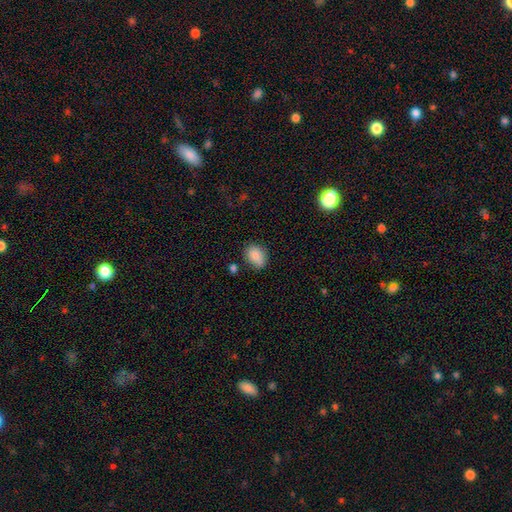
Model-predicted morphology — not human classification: Q: Smooth or featured?
A: smooth (87%); runner-up: star or artifact (8%)
Q: How rounded?
A: in between (76%); runner-up: round (23%)
Q: Merging?
A: none (70%); runner-up: minor disturbance (21%)